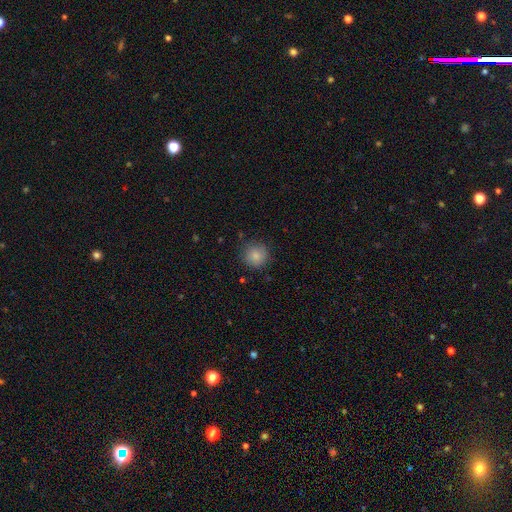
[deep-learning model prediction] Q: Smooth or featured?
A: smooth (85%); runner-up: star or artifact (10%)
Q: How rounded?
A: round (93%); runner-up: in between (6%)
Q: Merging?
A: none (86%); runner-up: minor disturbance (10%)